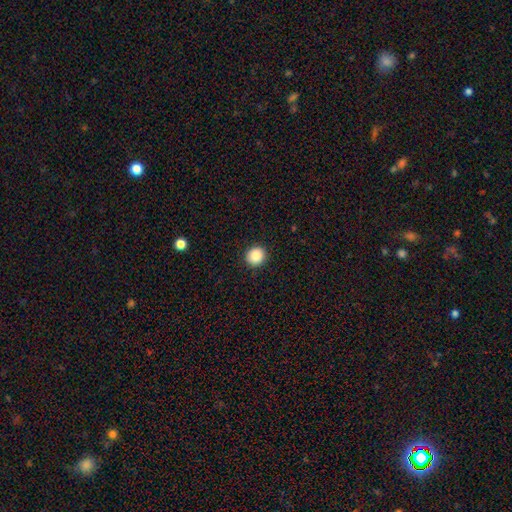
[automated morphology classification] Smooth or featured?
  - smooth: 88% *
  - star or artifact: 9%
  - featured or disk: 3%
How rounded?
  - round: 90% *
  - in between: 9%
  - cigar-shaped: 1%
Merging?
  - none: 92% *
  - minor disturbance: 5%
  - major disturbance: 2%
  - merger: 1%